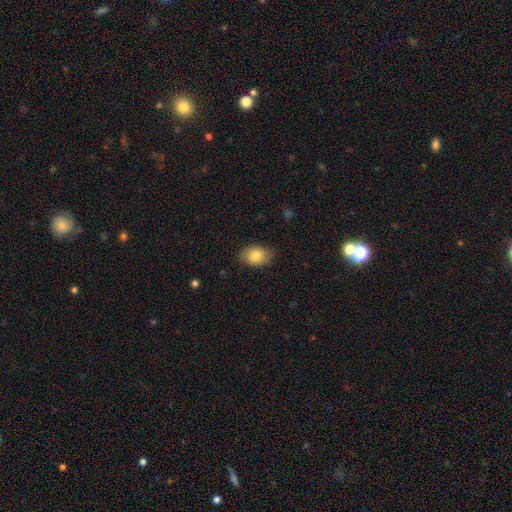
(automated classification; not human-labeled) The model was most divided on "how rounded": in between: 75%, round: 24%, cigar-shaped: 1%. More confident: merging — none (84%); smooth or featured — smooth (83%).